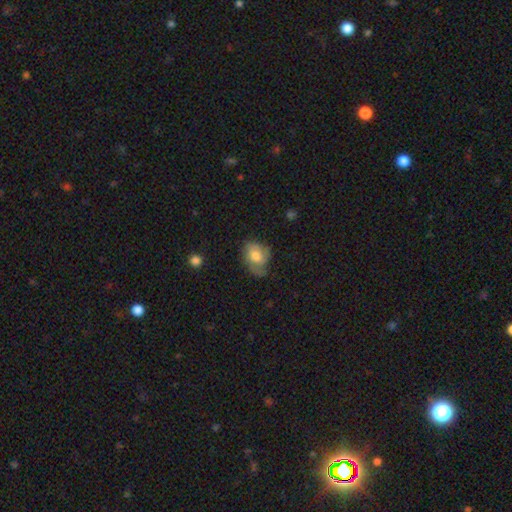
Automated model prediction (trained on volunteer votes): Q: Smooth or featured?
A: smooth (63%); runner-up: featured or disk (29%)
Q: How rounded?
A: in between (65%); runner-up: round (34%)
Q: Merging?
A: none (45%); runner-up: minor disturbance (35%)